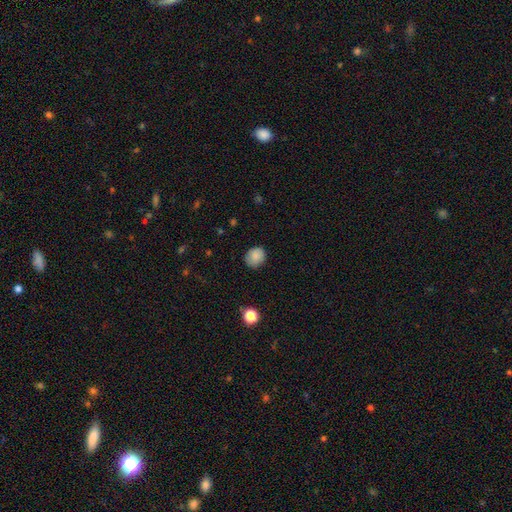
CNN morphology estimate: Overall: smooth (84%). How rounded: round (72%). Merging: none (81%).